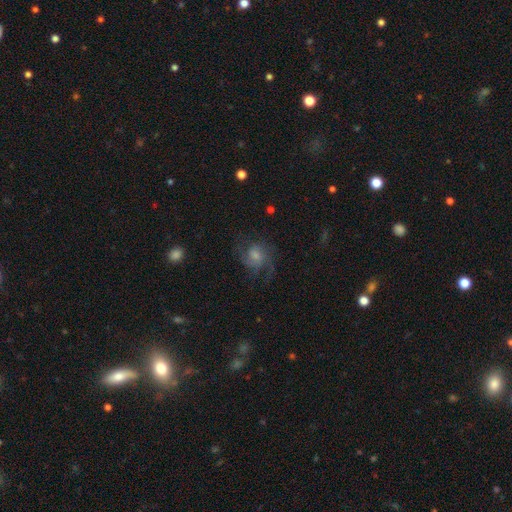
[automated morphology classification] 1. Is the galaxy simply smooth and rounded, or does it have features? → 65% featured or disk, 25% smooth, 10% star or artifact.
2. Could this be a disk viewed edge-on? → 98% no, 2% yes.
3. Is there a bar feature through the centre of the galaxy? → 59% no, 36% weak, 5% strong.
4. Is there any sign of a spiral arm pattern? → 91% yes, 9% no.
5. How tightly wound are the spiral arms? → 49% medium, 31% loose, 20% tight.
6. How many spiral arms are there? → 33% 2, 27% 3, 20% can't tell, 7% 1, 7% 4, 5% more than 4.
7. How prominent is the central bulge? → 37% moderate, 29% small, 17% none, 14% large, 2% dominant.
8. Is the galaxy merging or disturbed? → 59% none, 21% major disturbance, 18% minor disturbance, 2% merger.